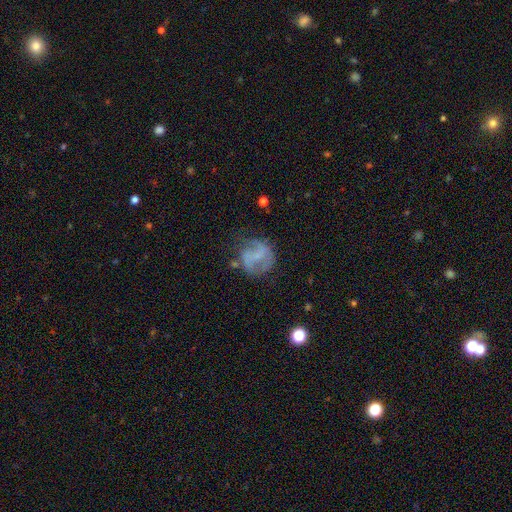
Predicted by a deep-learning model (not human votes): featured or disk 54%, smooth 36%, star or artifact 10%. Down the decision tree: edge-on disk — no (97%); bar — no (44%); spiral arms — yes (60%); bulge size — small (44%); merging — none (51%).